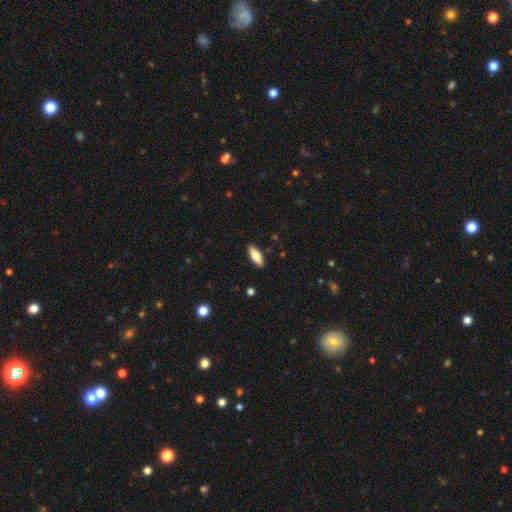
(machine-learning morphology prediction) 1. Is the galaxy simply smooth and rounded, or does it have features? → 72% smooth, 22% featured or disk, 6% star or artifact.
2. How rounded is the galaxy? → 66% in between, 32% cigar-shaped, 2% round.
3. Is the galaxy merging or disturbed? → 89% none, 8% minor disturbance, 2% major disturbance, 1% merger.